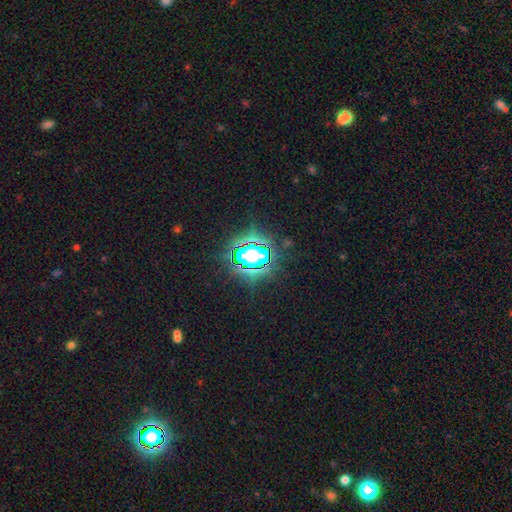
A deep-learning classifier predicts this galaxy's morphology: type=star or artifact (77%).